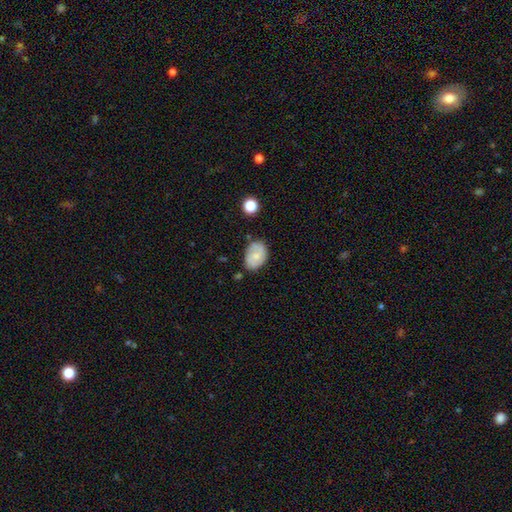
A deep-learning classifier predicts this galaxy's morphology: Smooth or featured? Predicted: smooth (p=0.67). How rounded? Predicted: in between (p=0.80). Merging? Predicted: none (p=0.67).